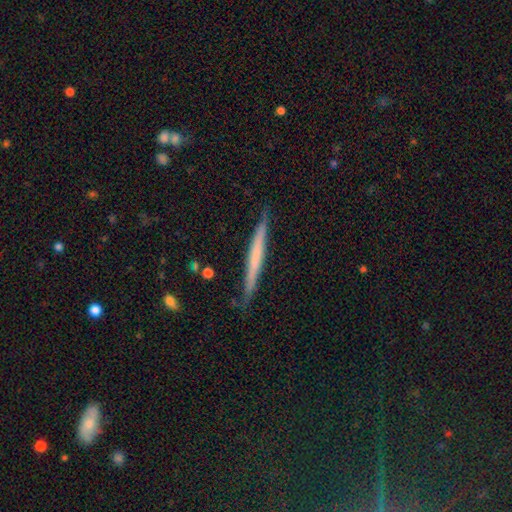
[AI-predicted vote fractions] Q: Smooth or featured?
A: featured or disk (48%); runner-up: smooth (47%)
Q: Merging?
A: none (84%); runner-up: minor disturbance (13%)